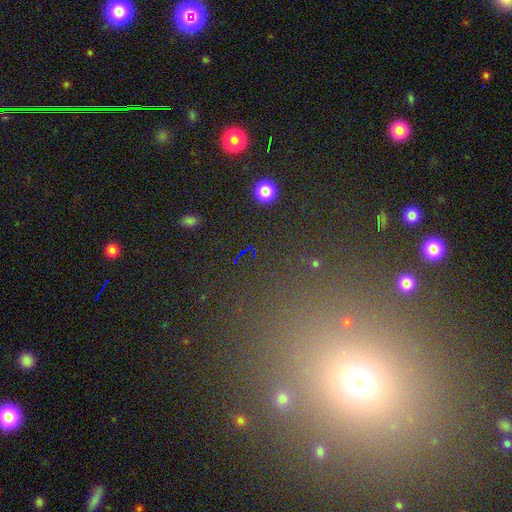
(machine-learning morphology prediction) A smooth galaxy with no disk features (46%). Merging: none (86%).